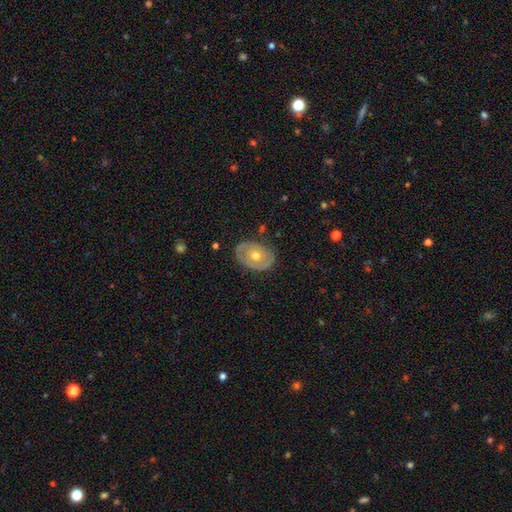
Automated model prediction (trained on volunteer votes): featured or disk 63%, smooth 32%, star or artifact 6%. Down the decision tree: edge-on disk — no (94%); bar — no (87%); spiral arms — no (61%); bulge size — moderate (73%); merging — none (77%).